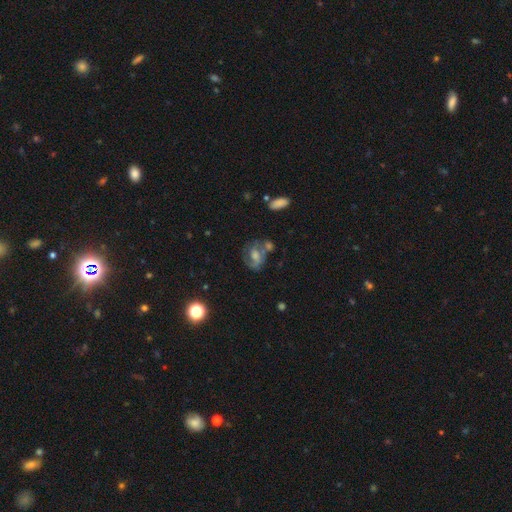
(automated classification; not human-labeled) This appears to be a featured or disk galaxy (56%) with no bar (55%), spiral arms (63%) and a moderate central bulge (44%). Merging: none (43%).